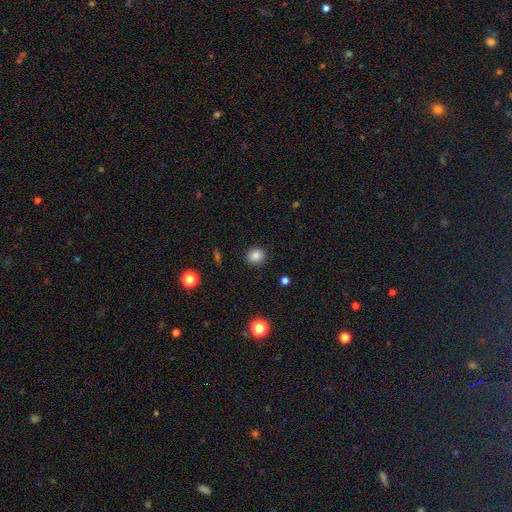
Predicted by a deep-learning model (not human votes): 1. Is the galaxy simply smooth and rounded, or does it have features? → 85% smooth, 11% star or artifact, 4% featured or disk.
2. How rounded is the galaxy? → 80% round, 19% in between, 1% cigar-shaped.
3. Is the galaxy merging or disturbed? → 90% none, 6% minor disturbance, 2% major disturbance, 1% merger.